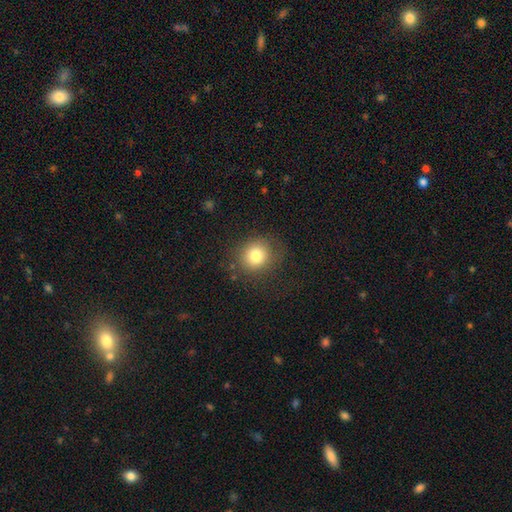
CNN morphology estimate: A smooth galaxy with no disk features (79%) that is round (82%). Merging: none (81%).